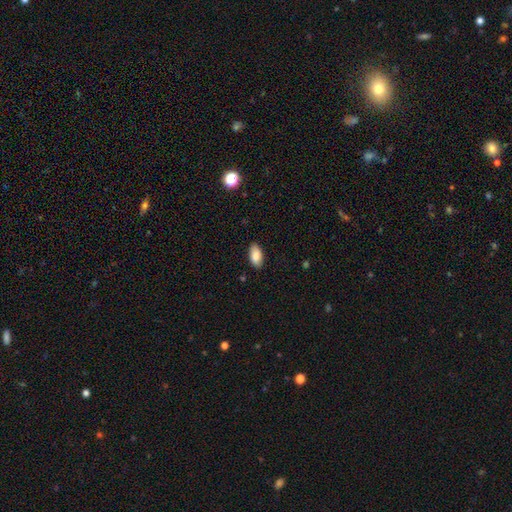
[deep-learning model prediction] This is clearly a smooth galaxy (87%). How rounded: clearly in between (93%). Merging: clearly none (87%).